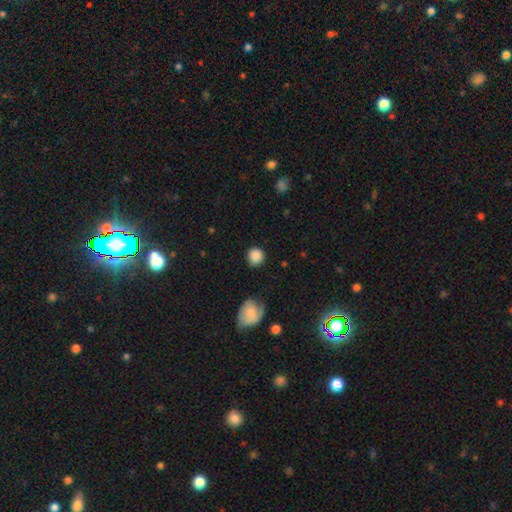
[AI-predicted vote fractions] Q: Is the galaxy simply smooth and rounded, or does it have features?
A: smooth — 86%.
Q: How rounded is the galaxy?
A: round — 87%.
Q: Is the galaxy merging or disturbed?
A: none — 82%.